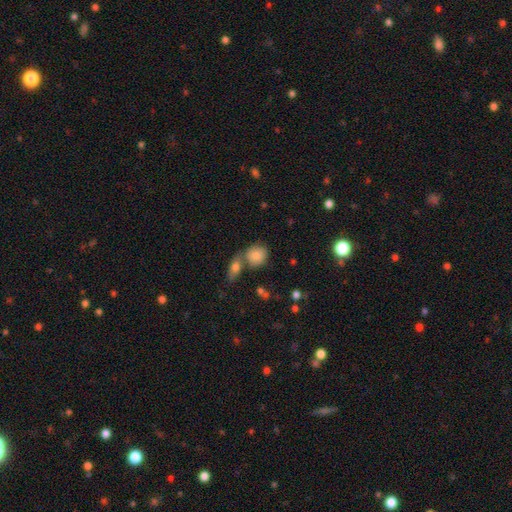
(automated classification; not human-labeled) Overall: smooth (83%). How rounded: round (67%; in between 31%). Merging: none (52%; merger 33%).